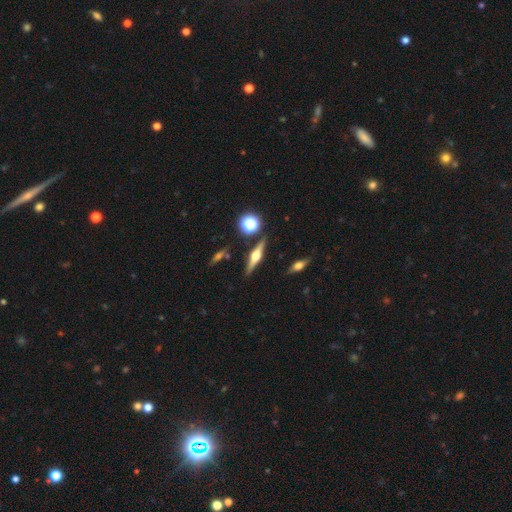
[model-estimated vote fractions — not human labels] Morphology: type=featured or disk (73%); edge-on=yes (97%); edge-on bulge=rounded (94%); merging=none (86%).